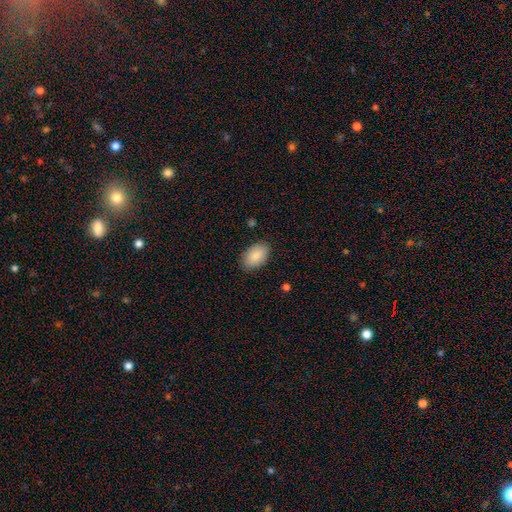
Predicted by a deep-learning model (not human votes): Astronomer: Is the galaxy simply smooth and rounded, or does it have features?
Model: smooth — 87%.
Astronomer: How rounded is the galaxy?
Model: in between — 92%.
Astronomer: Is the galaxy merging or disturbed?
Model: none — 86%.